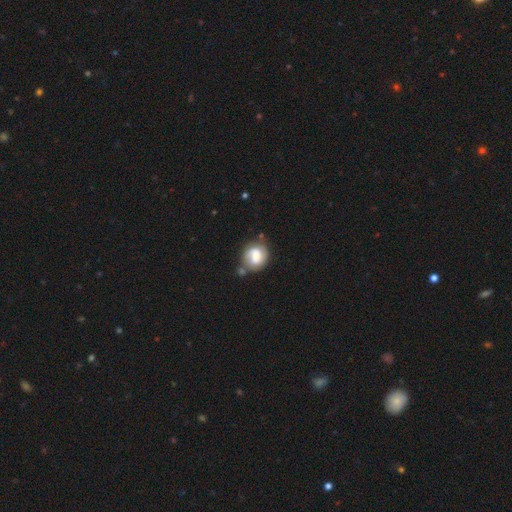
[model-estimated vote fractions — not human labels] A smooth galaxy with no disk features (50%) that is round (71%).

Vote fractions:
- Smooth or featured? smooth: 50% / featured or disk: 42% / star or artifact: 8%
- How rounded? round: 71% / in between: 28% / cigar-shaped: 1%
- Merging? none: 52% / minor disturbance: 23% / merger: 16% / major disturbance: 9%